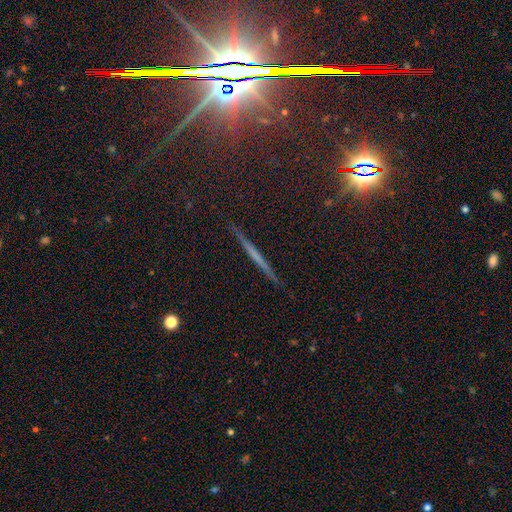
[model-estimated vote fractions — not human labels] A featured or disk galaxy (45%).

Vote fractions:
- Smooth or featured? featured or disk: 45% / smooth: 33% / star or artifact: 22%
- Merging? none: 91% / minor disturbance: 6% / major disturbance: 1% / merger: 1%